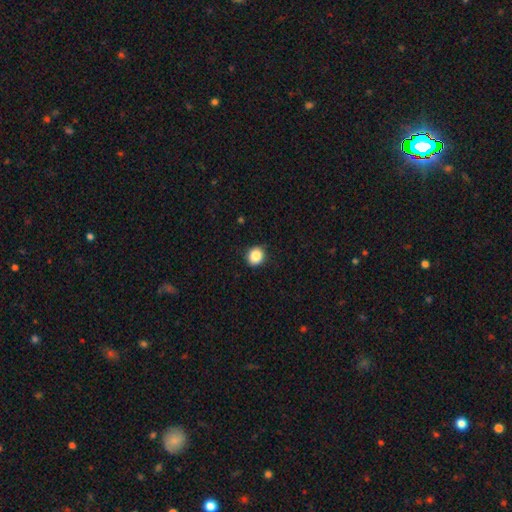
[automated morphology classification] Smooth or featured? smooth (87%)
How rounded? round (80%)
Merging? none (90%)